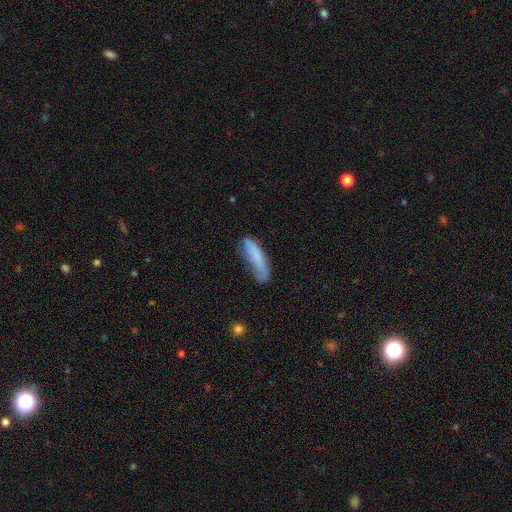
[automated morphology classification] Smooth or featured: smooth — 73% (featured or disk — 19%)
How rounded: cigar-shaped — 73% (in between — 25%)
Merging: none — 51% (minor disturbance — 32%)